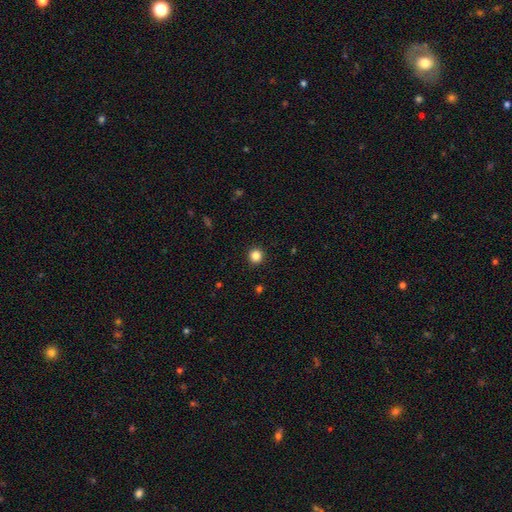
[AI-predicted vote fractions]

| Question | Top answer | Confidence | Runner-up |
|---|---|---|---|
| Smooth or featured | smooth | 85% | star or artifact (12%) |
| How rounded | round | 94% | in between (5%) |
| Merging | none | 93% | minor disturbance (4%) |